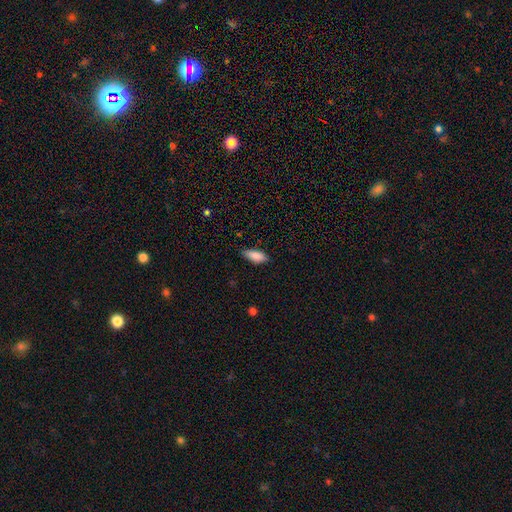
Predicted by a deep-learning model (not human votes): Smooth or featured?
  - smooth: 88% *
  - star or artifact: 6%
  - featured or disk: 6%
How rounded?
  - in between: 80% *
  - cigar-shaped: 18%
  - round: 2%
Merging?
  - none: 81% *
  - minor disturbance: 15%
  - major disturbance: 3%
  - merger: 1%